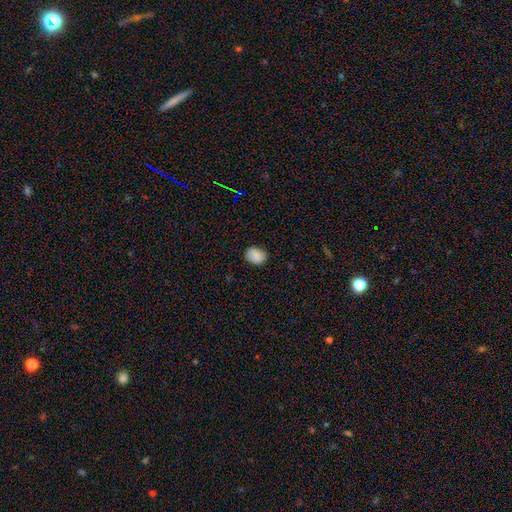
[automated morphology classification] smooth 87%, star or artifact 9%, featured or disk 5%. Down the decision tree: how rounded — in between (54%); merging — none (79%).